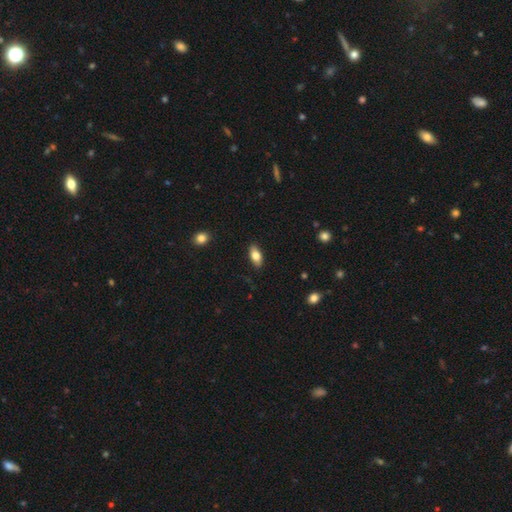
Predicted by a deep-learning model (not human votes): Morphology: type=smooth (79%); roundness=in between (88%); merging=none (87%).